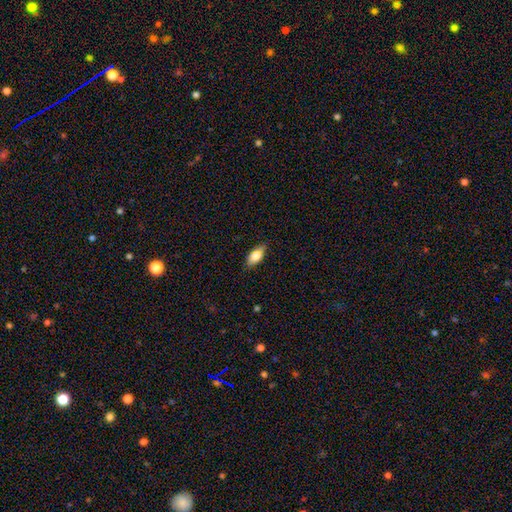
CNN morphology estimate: smooth_or_featured: smooth (p=0.77) [alt: featured or disk p=0.16]
how_rounded: in between (p=0.87) [alt: cigar-shaped p=0.10]
merging: none (p=0.82) [alt: minor disturbance p=0.14]